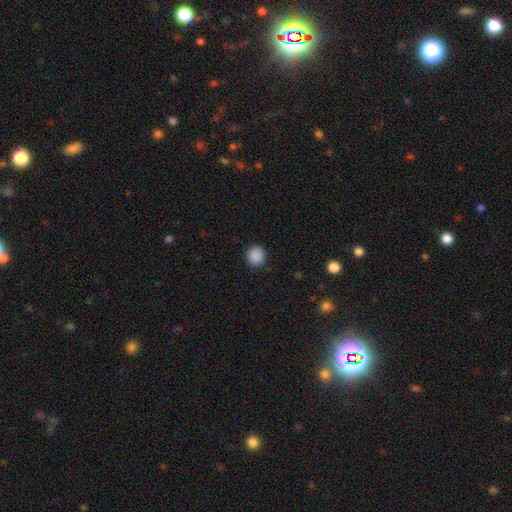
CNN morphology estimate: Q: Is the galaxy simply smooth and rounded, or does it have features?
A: smooth — 89%.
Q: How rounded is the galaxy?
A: round — 90%.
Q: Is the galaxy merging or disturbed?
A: none — 91%.